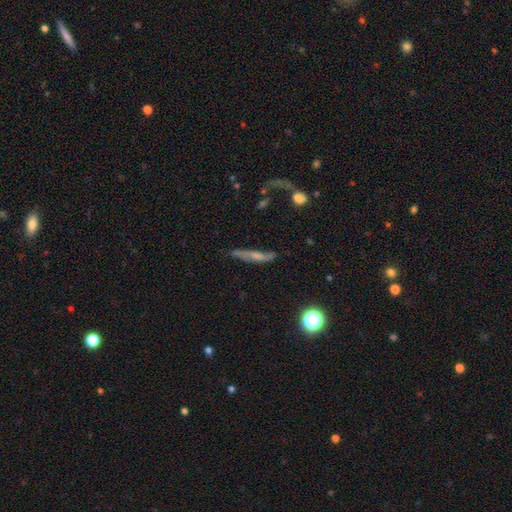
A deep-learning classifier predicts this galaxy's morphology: Q: Smooth or featured?
A: featured or disk (48%); runner-up: smooth (40%)
Q: Merging?
A: none (63%); runner-up: minor disturbance (22%)